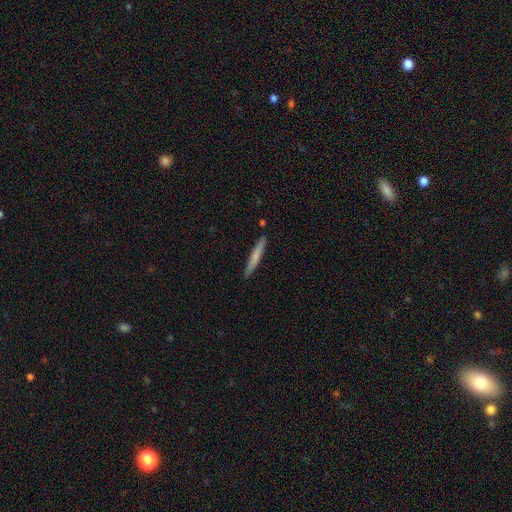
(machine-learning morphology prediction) The model was most divided on "smooth or featured": smooth: 65%, featured or disk: 29%, star or artifact: 6%. More confident: how rounded — cigar-shaped (96%); merging — none (90%).